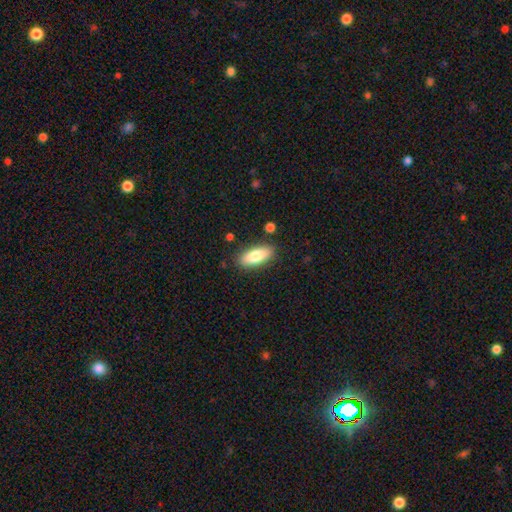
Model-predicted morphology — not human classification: Smooth or featured? smooth (78%)
How rounded? in between (78%)
Merging? none (85%)